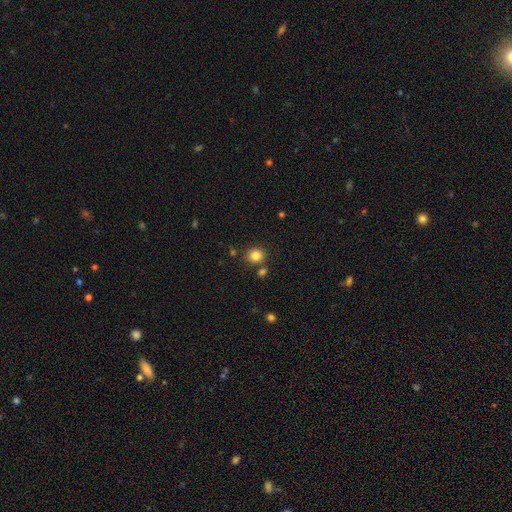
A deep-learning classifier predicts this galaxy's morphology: Smooth or featured?
  - smooth: 83% *
  - star or artifact: 12%
  - featured or disk: 5%
How rounded?
  - round: 81% *
  - in between: 18%
  - cigar-shaped: 1%
Merging?
  - none: 79% *
  - minor disturbance: 9%
  - merger: 9%
  - major disturbance: 3%